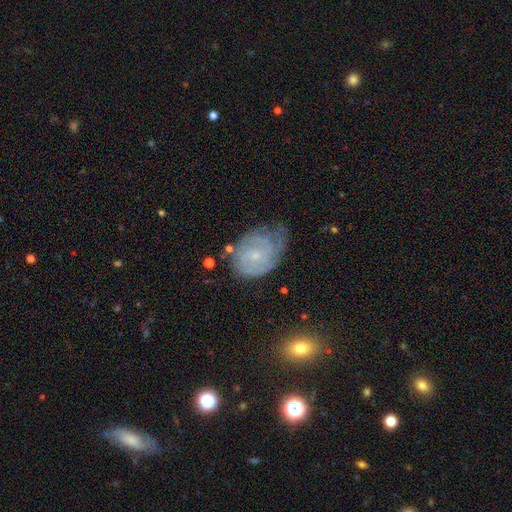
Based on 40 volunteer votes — Overall: featured or disk (82%). Edge-on disk: no (94%). Bar: no (77%). Spiral arms: yes (81%). Spiral arm count: can't tell (48%; 2 36%). Spiral winding: tight (68%). Bulge size: small (84%). Merging: minor disturbance (63%).